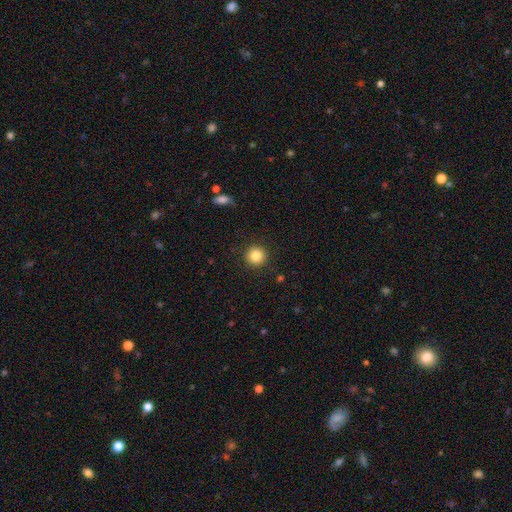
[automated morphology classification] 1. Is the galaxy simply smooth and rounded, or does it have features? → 85% smooth, 10% star or artifact, 5% featured or disk.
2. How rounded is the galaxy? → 94% round, 5% in between, 1% cigar-shaped.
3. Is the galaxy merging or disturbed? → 91% none, 6% minor disturbance, 2% major disturbance, 1% merger.